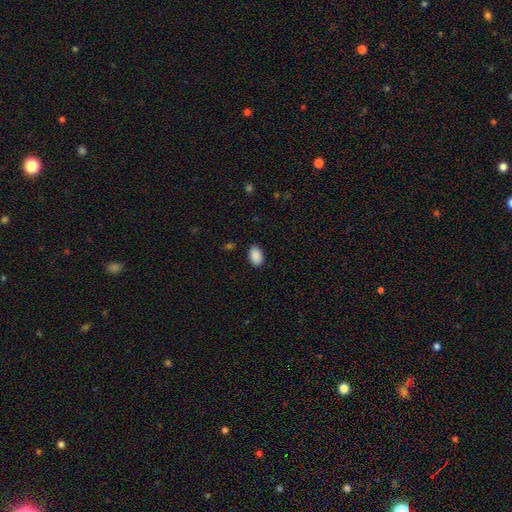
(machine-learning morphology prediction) smooth-or-featured: smooth: 90% | star or artifact: 7% | featured or disk: 3%
  how-rounded: in between: 90% | round: 9% | cigar-shaped: 1%
  merging: none: 88% | minor disturbance: 9% | major disturbance: 2% | merger: 1%